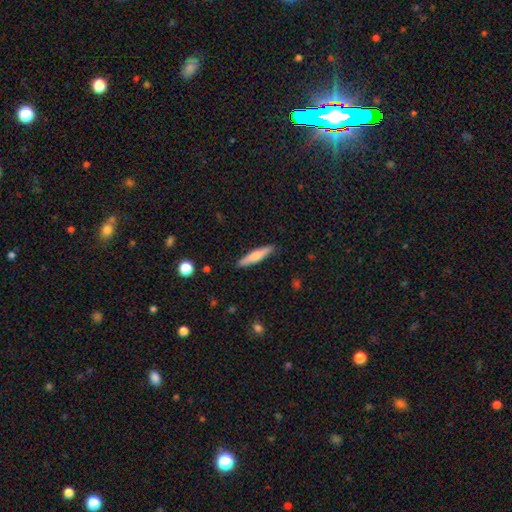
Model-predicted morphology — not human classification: smooth 62%, featured or disk 33%, star or artifact 6%. Down the decision tree: how rounded — cigar-shaped (88%); merging — none (90%).